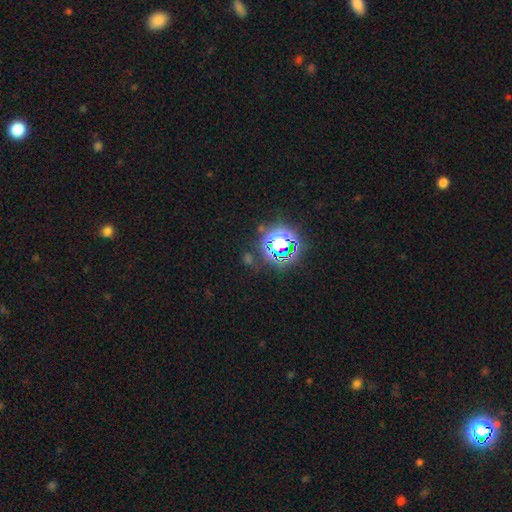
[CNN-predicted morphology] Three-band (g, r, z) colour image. It shows a star or artifact, not a galaxy (80%).